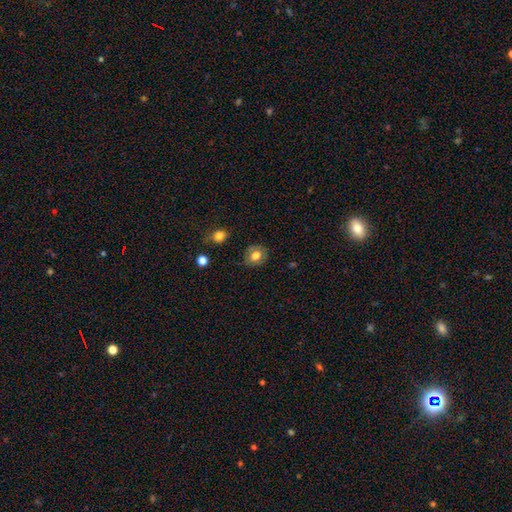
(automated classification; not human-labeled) Smooth or featured?
  - smooth: 71% *
  - featured or disk: 20%
  - star or artifact: 9%
How rounded?
  - round: 61% *
  - in between: 38%
  - cigar-shaped: 1%
Merging?
  - none: 77% *
  - minor disturbance: 16%
  - major disturbance: 5%
  - merger: 2%